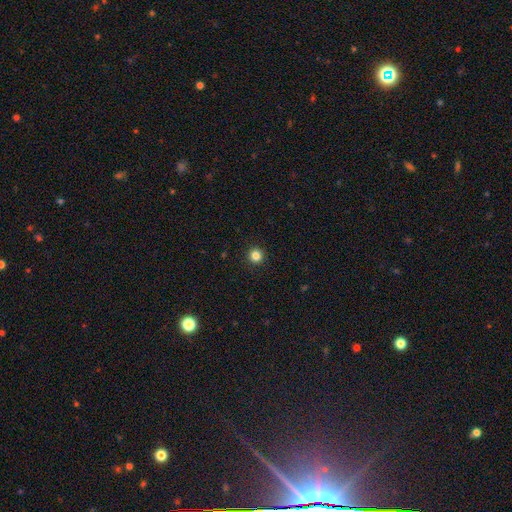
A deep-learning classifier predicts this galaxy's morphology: Smooth or featured? smooth (84%)
How rounded? round (96%)
Merging? none (93%)